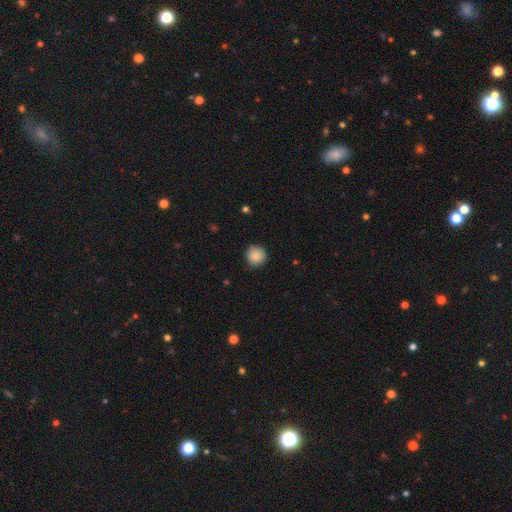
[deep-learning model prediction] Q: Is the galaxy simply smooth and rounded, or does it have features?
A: smooth — 88%.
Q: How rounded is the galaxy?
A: round — 95%.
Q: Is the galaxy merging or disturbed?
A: none — 89%.